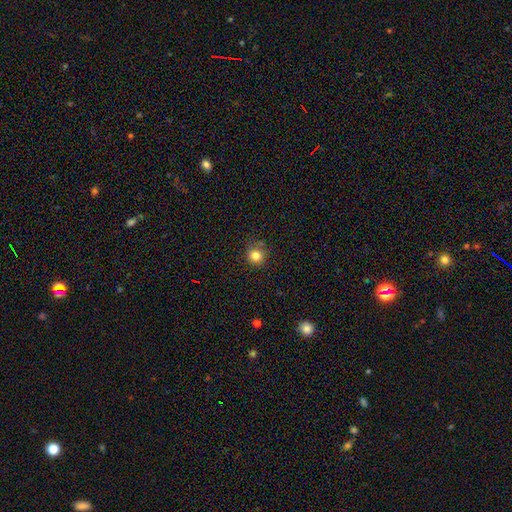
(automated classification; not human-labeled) Morphology: type=smooth (82%); roundness=round (91%); merging=none (77%).